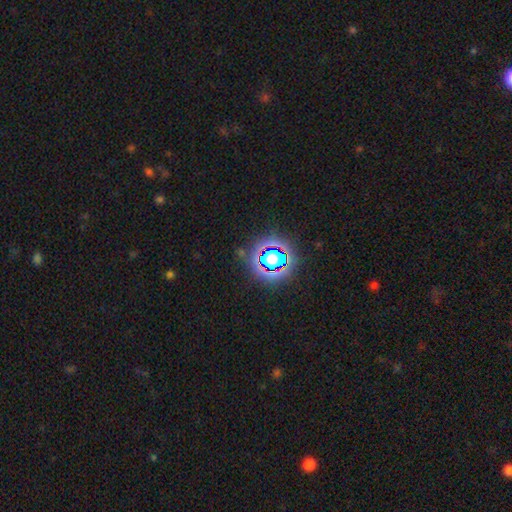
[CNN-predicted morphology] This is clearly a star or artifact rather than a galaxy (81%).